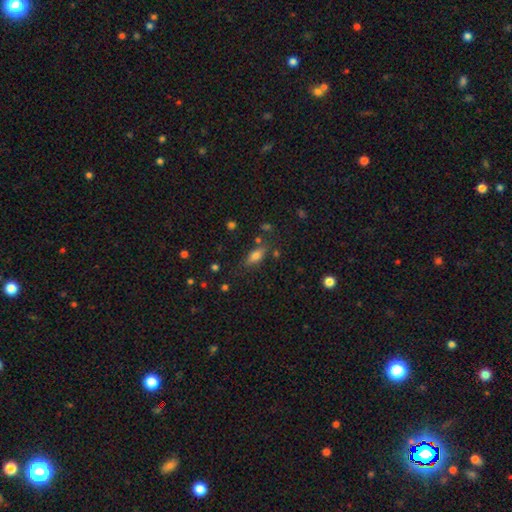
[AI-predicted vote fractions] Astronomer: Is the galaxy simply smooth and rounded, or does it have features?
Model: smooth — 73%.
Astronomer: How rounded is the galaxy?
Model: in between — 77%.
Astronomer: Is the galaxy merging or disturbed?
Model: none — 73%.